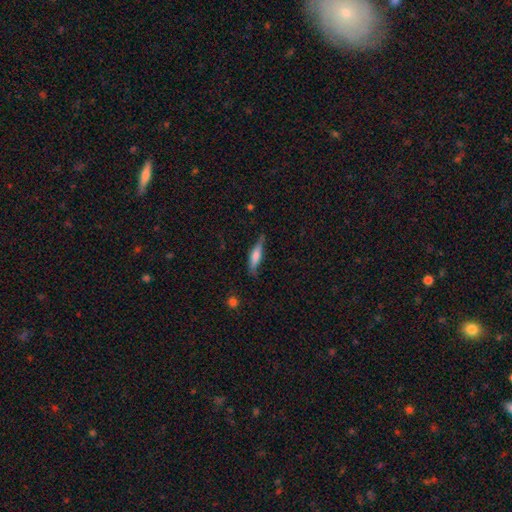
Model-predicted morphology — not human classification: Smooth or featured? smooth (57%)
How rounded? cigar-shaped (74%)
Merging? none (71%)